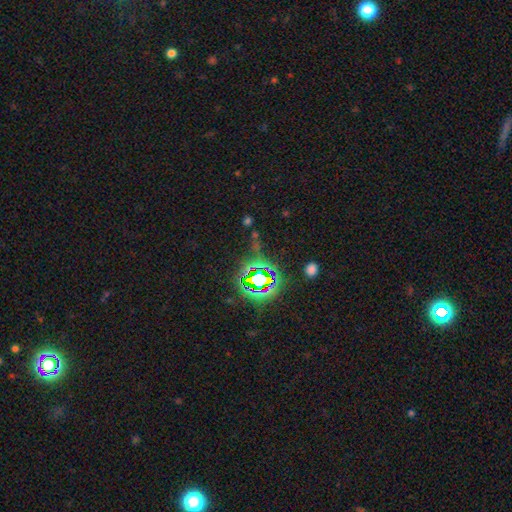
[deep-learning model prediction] A star or artifact, not a galaxy (82%).